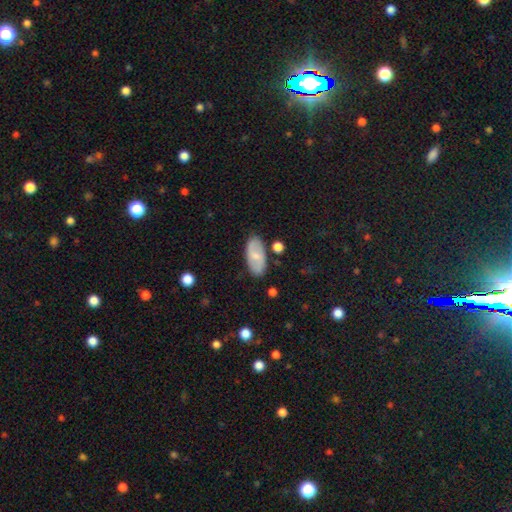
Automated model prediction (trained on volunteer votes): A smooth galaxy with no disk features (57%) that is in between round and cigar-shaped (92%). Merging: none (82%).